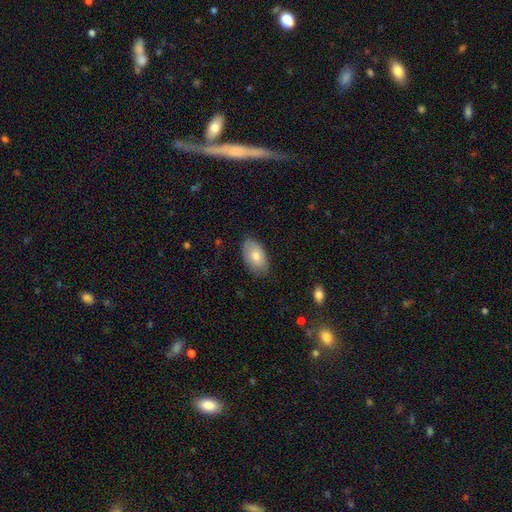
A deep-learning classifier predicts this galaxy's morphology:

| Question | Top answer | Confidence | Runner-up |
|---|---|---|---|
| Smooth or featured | smooth | 77% | featured or disk (16%) |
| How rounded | in between | 94% | round (5%) |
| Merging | none | 81% | minor disturbance (16%) |